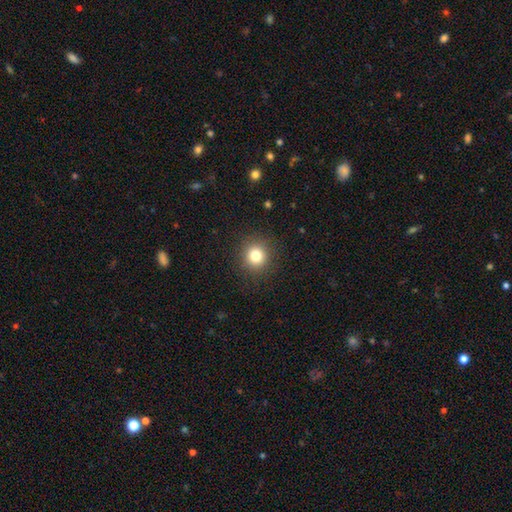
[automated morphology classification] type=smooth (80%); roundness=round (92%); merging=none (90%).